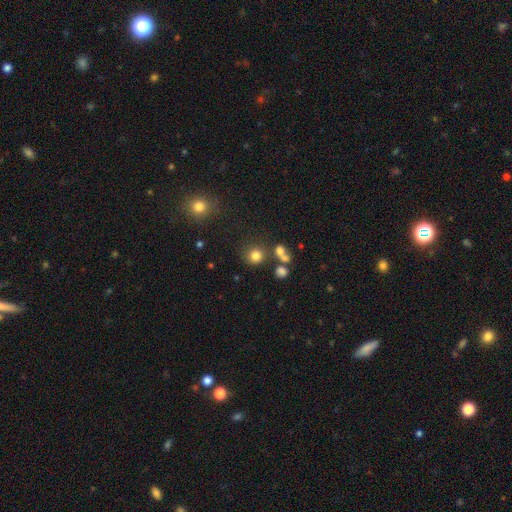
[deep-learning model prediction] smooth 78%, star or artifact 15%, featured or disk 7%. Down the decision tree: how rounded — round (88%); merging — none (72%).